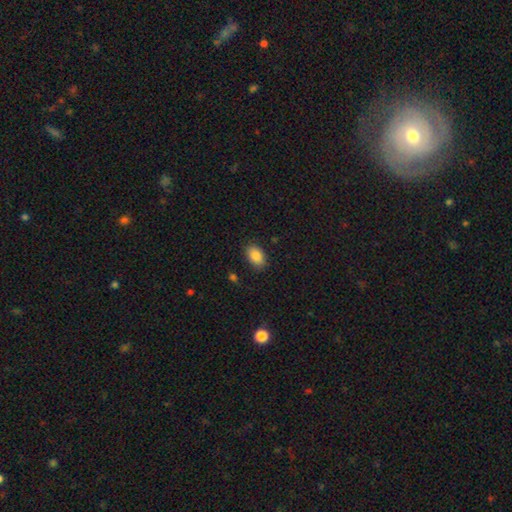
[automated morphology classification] A smooth galaxy with no disk features (87%) that is in between round and cigar-shaped (88%).

Vote fractions:
- Smooth or featured? smooth: 87% / star or artifact: 8% / featured or disk: 5%
- How rounded? in between: 88% / round: 11% / cigar-shaped: 1%
- Merging? none: 85% / minor disturbance: 11% / major disturbance: 3% / merger: 1%